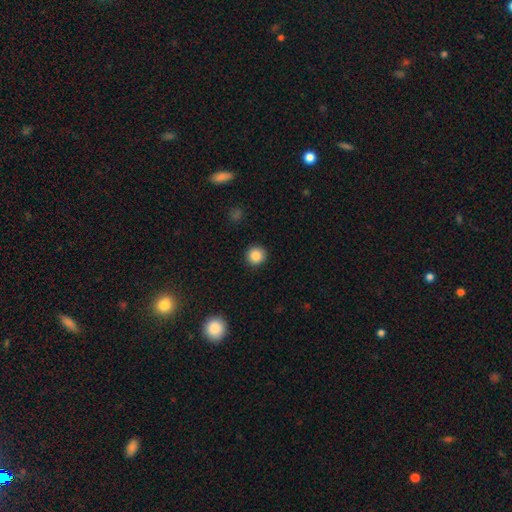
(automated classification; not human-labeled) Smooth or featured? smooth (87%)
How rounded? round (94%)
Merging? none (91%)